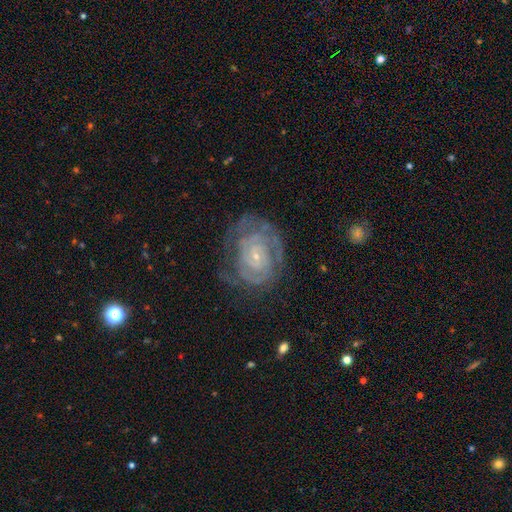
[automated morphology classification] The model was most divided on "spiral arm count": can't tell: 41%, 2: 29%, 3: 13%, 4: 7%, 1: 6%, more than 4: 5%. More confident: edge-on disk — no (97%); spiral arms — yes (89%); bulge size — small (81%); smooth or featured — featured or disk (80%); spiral winding — tight (70%); bar — no (68%); merging — none (64%).